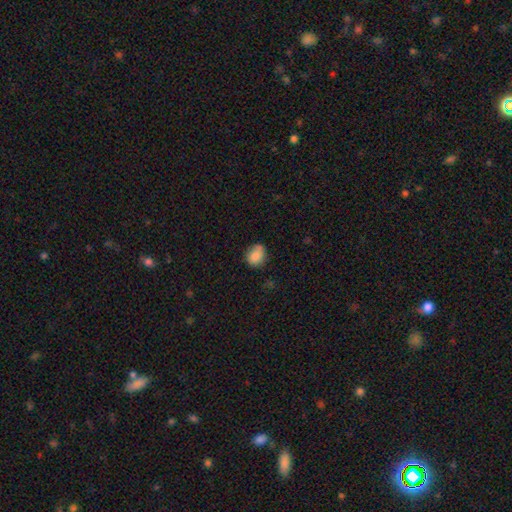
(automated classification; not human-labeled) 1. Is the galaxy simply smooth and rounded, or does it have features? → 83% smooth, 9% star or artifact, 8% featured or disk.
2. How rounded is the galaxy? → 67% round, 32% in between, 1% cigar-shaped.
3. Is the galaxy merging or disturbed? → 71% none, 22% minor disturbance, 4% major disturbance, 3% merger.